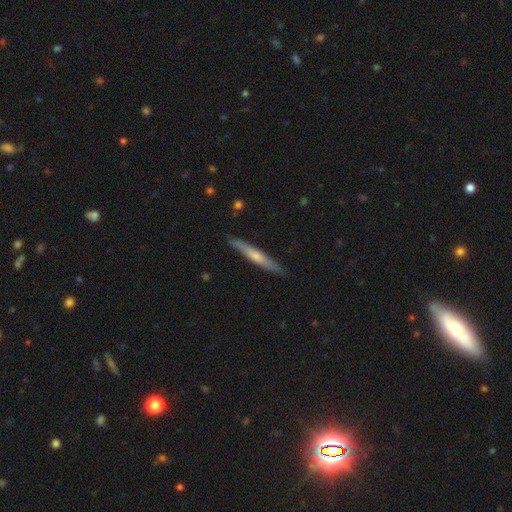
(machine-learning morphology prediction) This is possibly a smooth galaxy (48%). Merging: clearly none (87%).